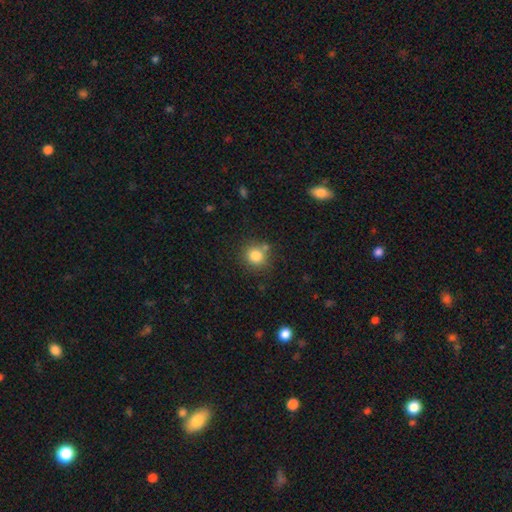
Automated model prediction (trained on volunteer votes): Smooth or featured? Predicted: smooth (p=0.82). How rounded? Predicted: round (p=0.87). Merging? Predicted: none (p=0.75).